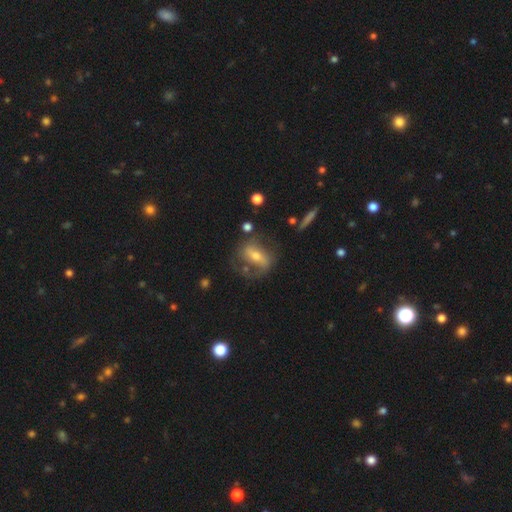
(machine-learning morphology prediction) smooth_or_featured: featured or disk (p=0.65) [alt: smooth p=0.26]
disk_edge_on: no (p=0.87) [alt: yes p=0.13]
bar: strong (p=0.48) [alt: weak p=0.29]
has_spiral_arms: yes (p=0.74) [alt: no p=0.26]
bulge_size: moderate (p=0.51) [alt: small p=0.42]
merging: none (p=0.56) [alt: minor disturbance p=0.20]